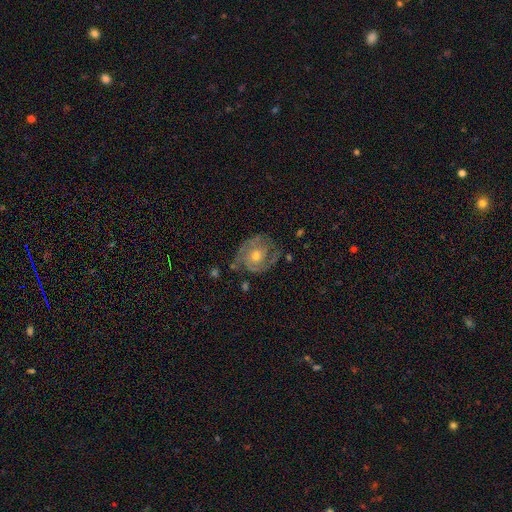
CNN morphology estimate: A featured or disk galaxy (79%) with no bar (76%), 2 (57%) tight (54%) spiral arms (92%) and a moderate central bulge (60%).

Vote fractions:
- Smooth or featured? featured or disk: 79% / smooth: 14% / star or artifact: 6%
- Edge-on disk? no: 97% / yes: 3%
- Bar? no: 76% / weak: 20% / strong: 4%
- Spiral arms? yes: 92% / no: 8%
- Spiral winding? tight: 54% / medium: 36% / loose: 10%
- Spiral arm count? 2: 57% / can't tell: 17% / 3: 15% / 1: 5% / 4: 4% / more than 4: 3%
- Bulge size? moderate: 60% / small: 34% / large: 3% / none: 1% / dominant: 1%
- Merging? none: 68% / minor disturbance: 21% / major disturbance: 9% / merger: 3%